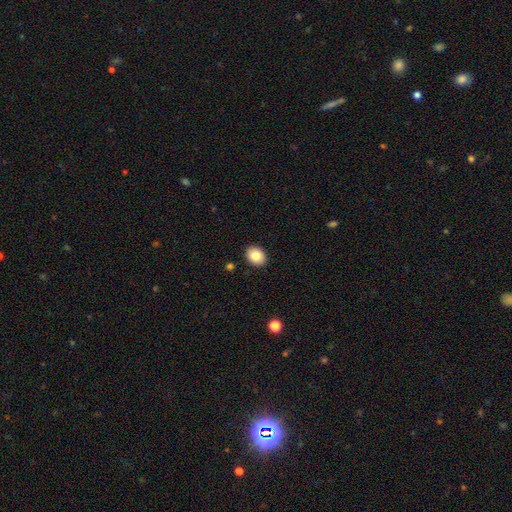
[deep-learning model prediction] This is clearly a smooth galaxy (83%). How rounded: possibly in between (56%). Merging: clearly none (91%).